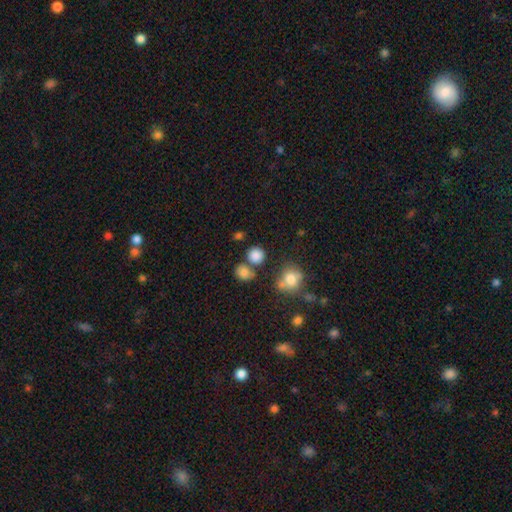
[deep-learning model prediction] Overall: smooth (82%). How rounded: round (88%). Merging: none (71%).